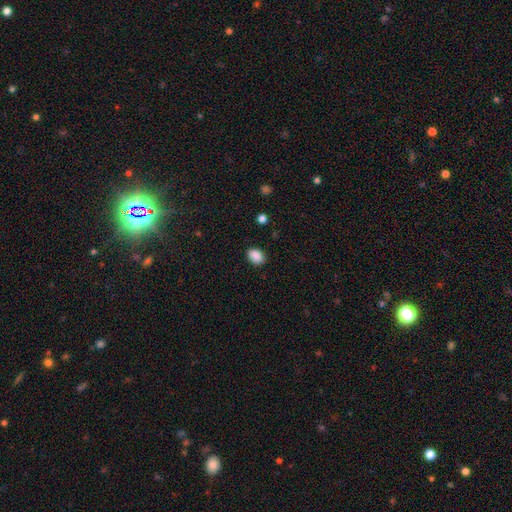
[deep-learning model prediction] smooth 88%, star or artifact 8%, featured or disk 4%. Down the decision tree: how rounded — in between (77%); merging — none (83%).